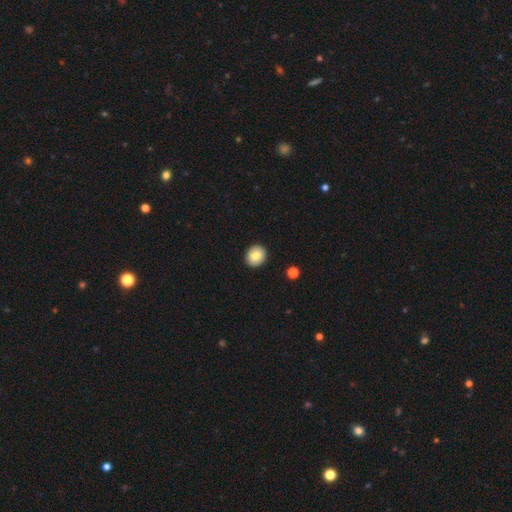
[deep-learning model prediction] Smooth or featured? smooth (80%)
How rounded? round (72%)
Merging? none (91%)